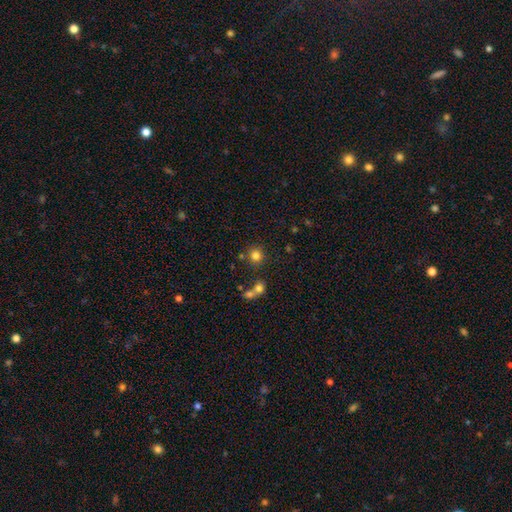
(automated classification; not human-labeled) Smooth or featured? Predicted: smooth (p=0.80). How rounded? Predicted: round (p=0.90). Merging? Predicted: none (p=0.74).